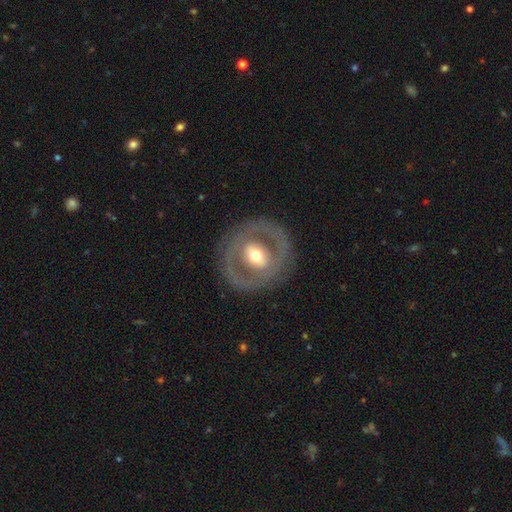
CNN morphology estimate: The model was most divided on "bar": no: 35%, weak: 33%, strong: 32%. More confident: edge-on disk — no (93%); merging — none (81%); spiral arms — no (74%); bulge size — moderate (68%); smooth or featured — featured or disk (65%).